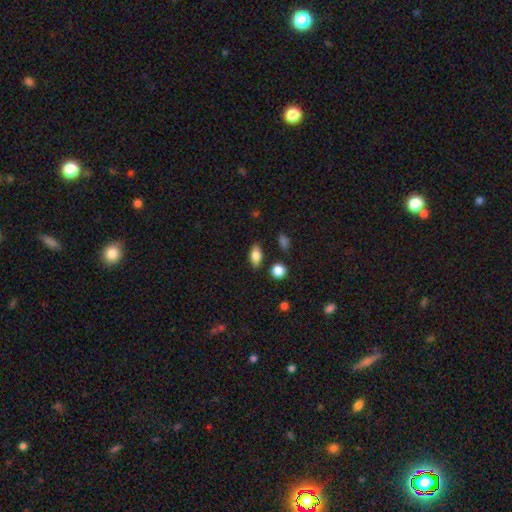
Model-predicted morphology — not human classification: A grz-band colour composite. It shows a smooth galaxy with no disk features (76%) that is in between round and cigar-shaped (83%). Merging: none (84%).